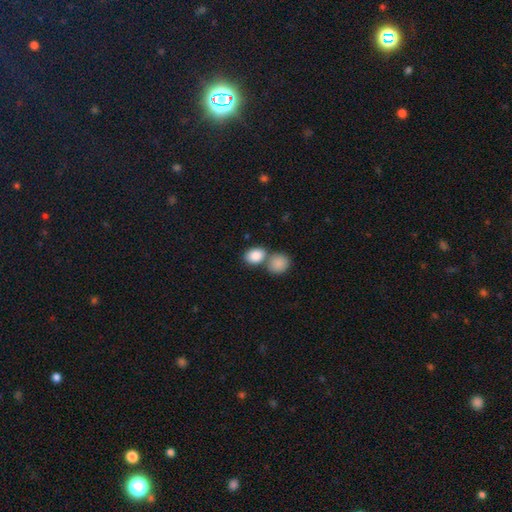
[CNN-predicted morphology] The model was most divided on "merging": merger: 46%, none: 42%, minor disturbance: 9%, major disturbance: 3%. More confident: smooth or featured — smooth (88%); how rounded — in between (67%).